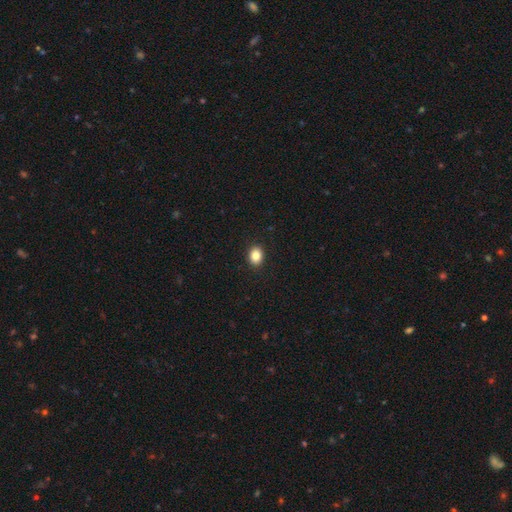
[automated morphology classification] The model was most divided on "how rounded": in between: 52%, round: 47%, cigar-shaped: 1%. More confident: merging — none (92%); smooth or featured — smooth (85%).